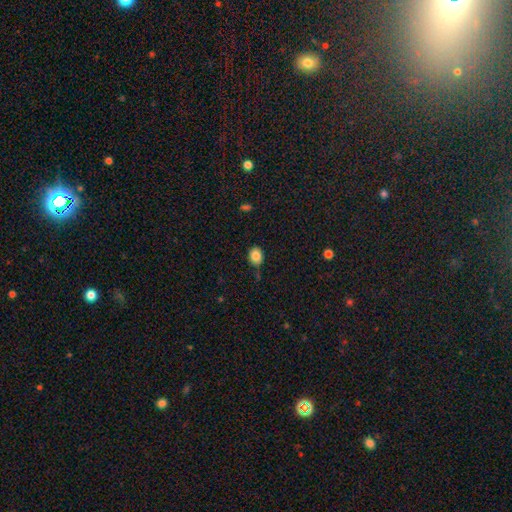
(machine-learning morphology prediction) smooth-or-featured: smooth: 86% | star or artifact: 9% | featured or disk: 5%
  how-rounded: round: 50% | in between: 49% | cigar-shaped: 1%
  merging: none: 76% | minor disturbance: 17% | merger: 4% | major disturbance: 3%